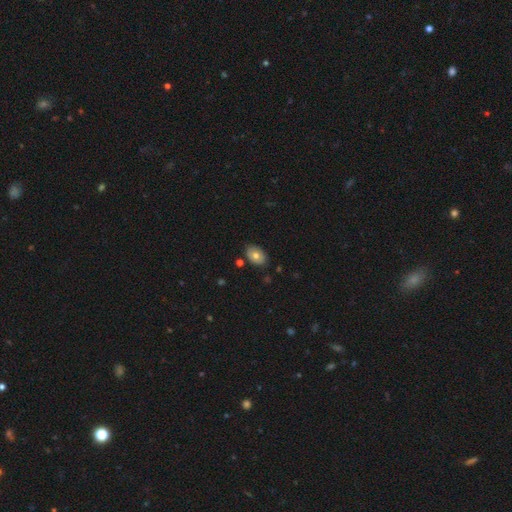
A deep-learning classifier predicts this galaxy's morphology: A smooth galaxy with no disk features (69%) that is in between round and cigar-shaped (83%).

Vote fractions:
- Smooth or featured? smooth: 69% / featured or disk: 23% / star or artifact: 8%
- How rounded? in between: 83% / round: 16% / cigar-shaped: 1%
- Merging? none: 82% / minor disturbance: 12% / merger: 3% / major disturbance: 2%